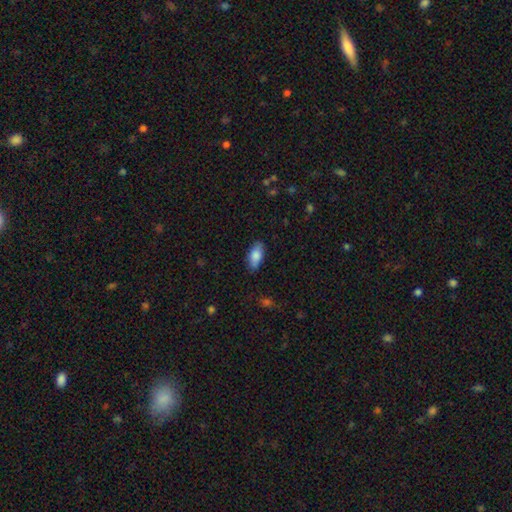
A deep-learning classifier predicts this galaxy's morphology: Smooth or featured: smooth — 84% (featured or disk — 9%)
How rounded: in between — 89% (cigar-shaped — 9%)
Merging: none — 85% (minor disturbance — 12%)